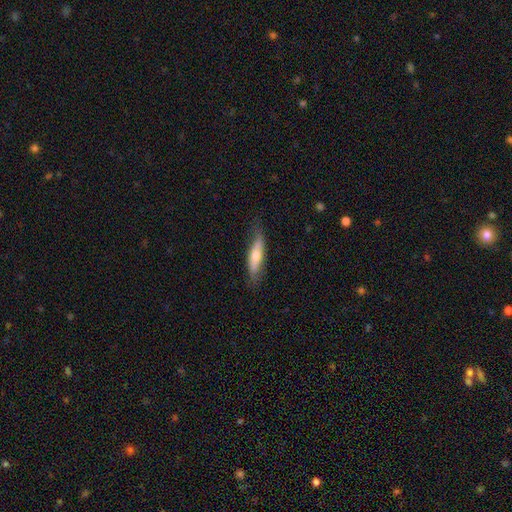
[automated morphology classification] type=smooth (52%); roundness=cigar-shaped (77%); merging=none (71%).